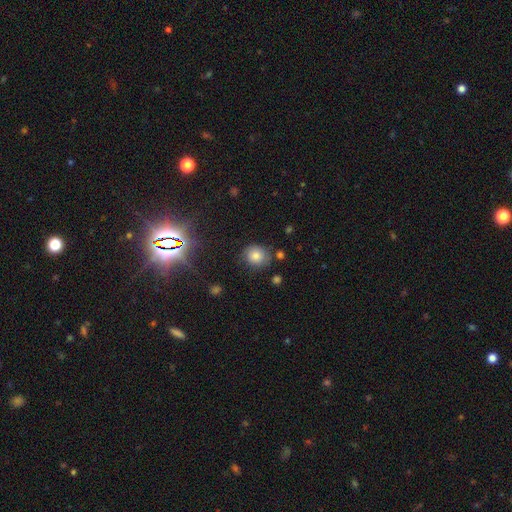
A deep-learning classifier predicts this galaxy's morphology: smooth 77%, star or artifact 14%, featured or disk 10%. Down the decision tree: how rounded — round (81%); merging — none (78%).